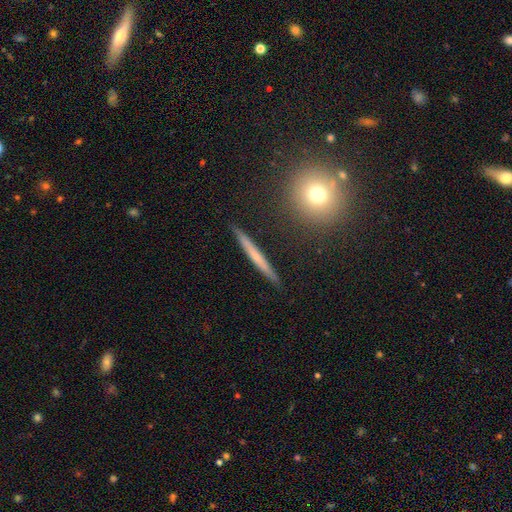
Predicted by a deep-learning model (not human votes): A featured or disk galaxy (51%) viewed edge-on (96%). Merging: none (91%).